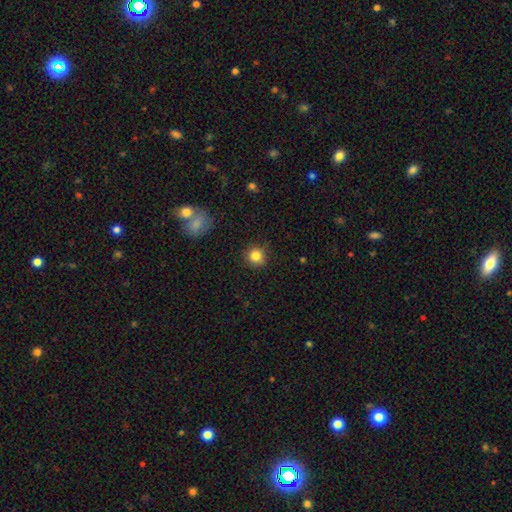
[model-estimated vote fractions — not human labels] Smooth or featured: smooth — 83% (star or artifact — 11%)
How rounded: round — 90% (in between — 9%)
Merging: none — 88% (minor disturbance — 8%)